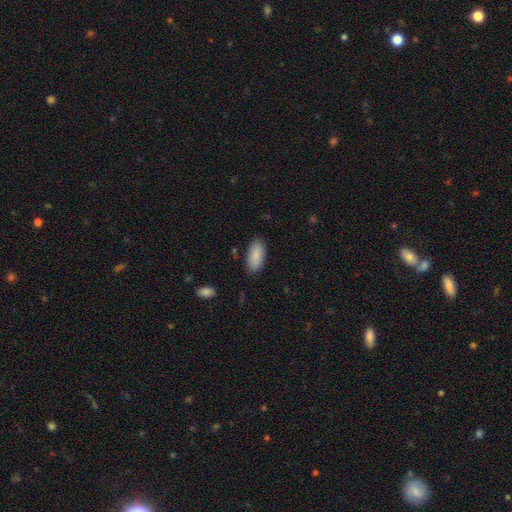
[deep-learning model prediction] Q: Smooth or featured?
A: smooth (89%); runner-up: star or artifact (6%)
Q: How rounded?
A: in between (90%); runner-up: cigar-shaped (9%)
Q: Merging?
A: none (86%); runner-up: minor disturbance (10%)